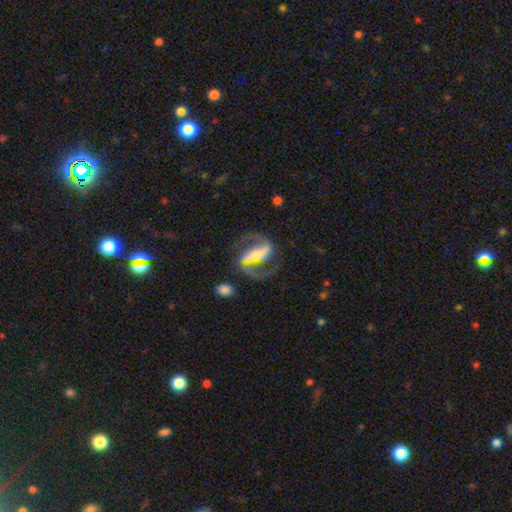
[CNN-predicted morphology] Overall: featured or disk (86%). Edge-on disk: no (95%). Bar: strong (70%). Spiral arms: yes (93%). Spiral arm count: 2 (92%). Spiral winding: medium (55%; loose 32%). Bulge size: moderate (41%; small 36%). Merging: none (67%).